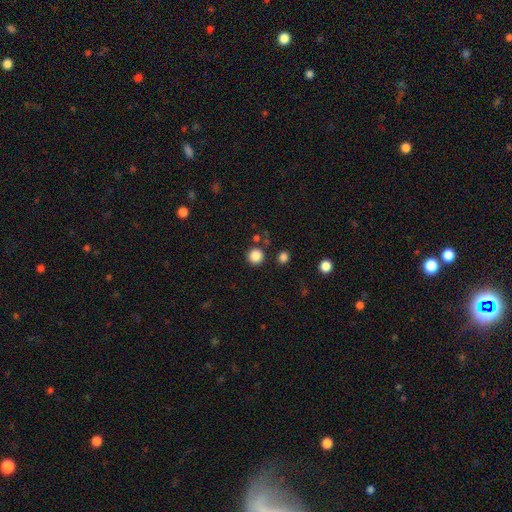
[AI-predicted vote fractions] smooth_or_featured: smooth (p=0.86) [alt: star or artifact p=0.11]
how_rounded: round (p=0.94) [alt: in between p=0.05]
merging: none (p=0.86) [alt: minor disturbance p=0.06]